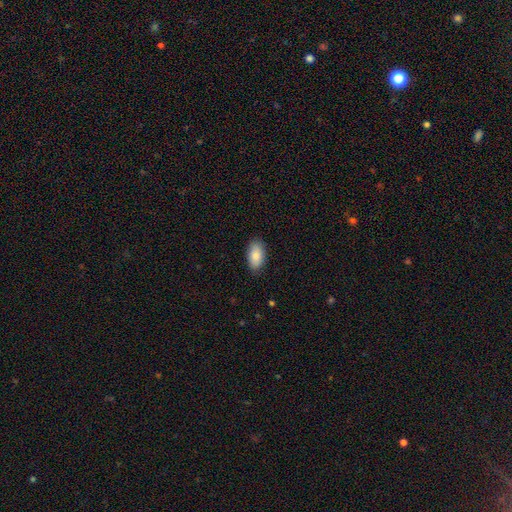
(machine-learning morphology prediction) smooth 86%, featured or disk 8%, star or artifact 6%. Down the decision tree: how rounded — in between (94%); merging — none (85%).